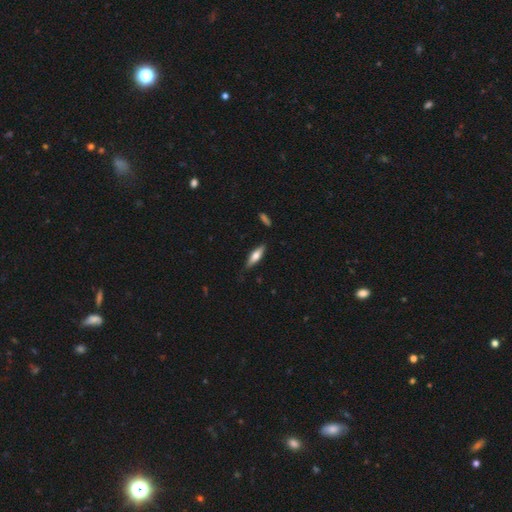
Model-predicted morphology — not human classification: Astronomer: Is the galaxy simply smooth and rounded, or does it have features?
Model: smooth — 51% (runner-up: featured or disk, 43%).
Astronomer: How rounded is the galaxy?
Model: cigar-shaped — 62%.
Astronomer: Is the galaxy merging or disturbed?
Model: none — 83%.